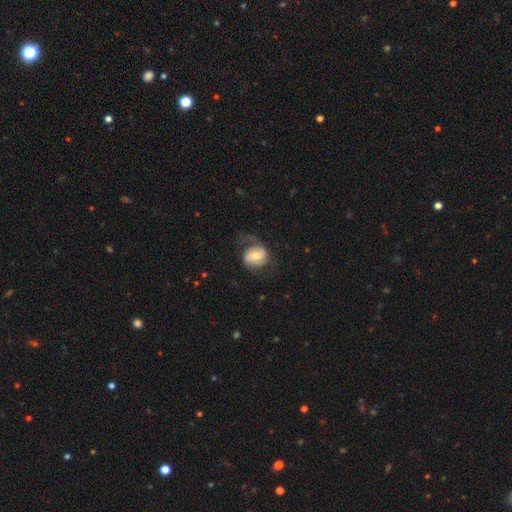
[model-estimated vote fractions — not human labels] Q: Smooth or featured?
A: featured or disk (60%); runner-up: smooth (33%)
Q: Edge-on disk?
A: no (97%); runner-up: yes (3%)
Q: Bar?
A: no (46%); runner-up: weak (37%)
Q: Spiral arms?
A: yes (84%); runner-up: no (16%)
Q: Bulge size?
A: moderate (66%); runner-up: small (25%)
Q: Merging?
A: none (52%); runner-up: major disturbance (25%)